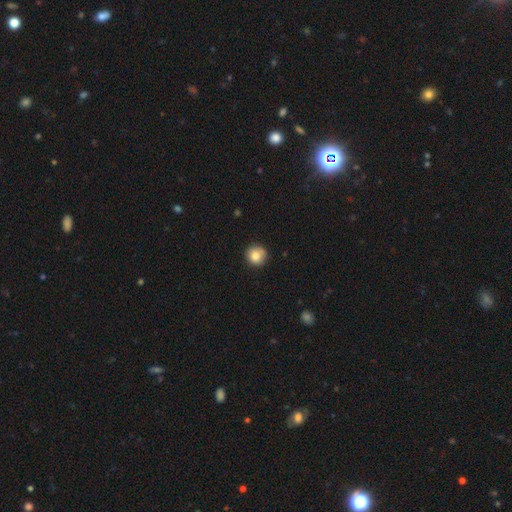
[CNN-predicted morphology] Q: Smooth or featured?
A: smooth (84%); runner-up: star or artifact (9%)
Q: How rounded?
A: round (93%); runner-up: in between (6%)
Q: Merging?
A: none (82%); runner-up: minor disturbance (14%)